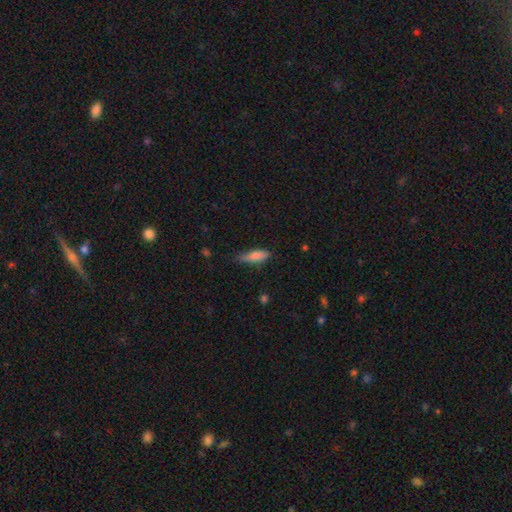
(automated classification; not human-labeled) Overall: smooth (77%). How rounded: cigar-shaped (55%; in between 43%). Merging: none (62%; minor disturbance 30%).